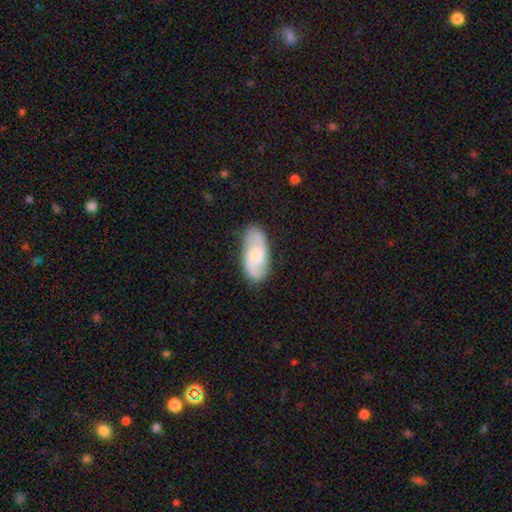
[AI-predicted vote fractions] Smooth or featured? Predicted: featured or disk (p=0.74). Edge-on disk? Predicted: no (p=0.95). Bar? Predicted: no (p=0.55). Spiral arms? Predicted: yes (p=0.95). Spiral winding? Predicted: medium (p=0.52). Spiral arm count? Predicted: 2 (p=0.90). Bulge size? Predicted: moderate (p=0.45). Merging? Predicted: none (p=0.83).